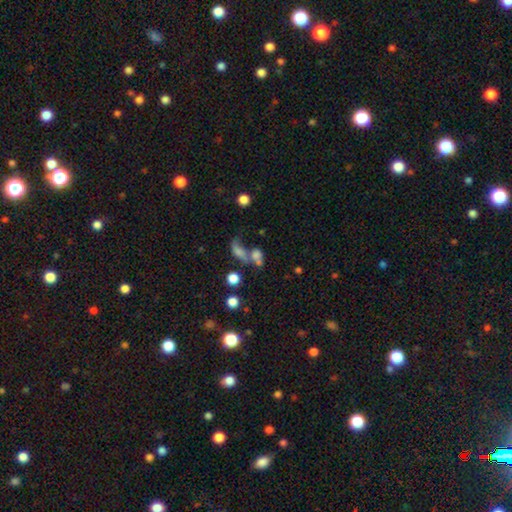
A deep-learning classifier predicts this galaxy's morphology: Smooth or featured? Predicted: smooth (p=0.63). How rounded? Predicted: in between (p=0.57). Merging? Predicted: merger (p=0.53).